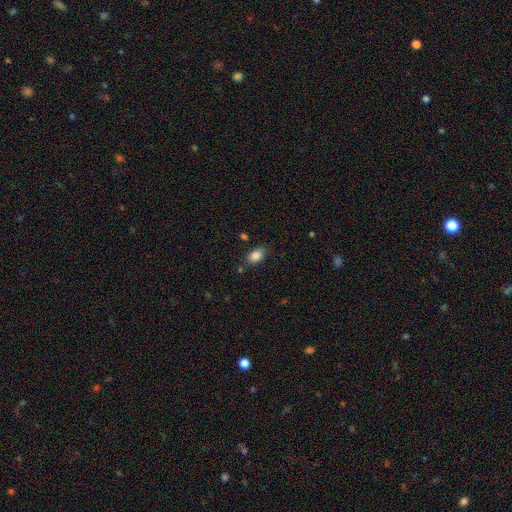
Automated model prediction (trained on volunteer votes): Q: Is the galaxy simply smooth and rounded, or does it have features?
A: smooth — 85%.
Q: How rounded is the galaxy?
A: in between — 89%.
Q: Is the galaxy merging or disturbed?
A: none — 78%.